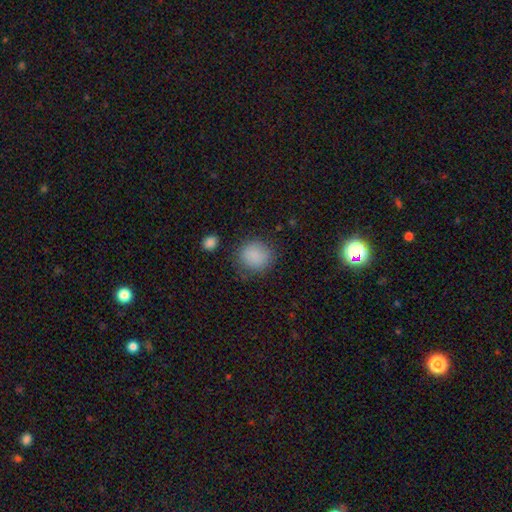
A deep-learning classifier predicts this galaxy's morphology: type=smooth (87%); roundness=round (84%); merging=none (80%).